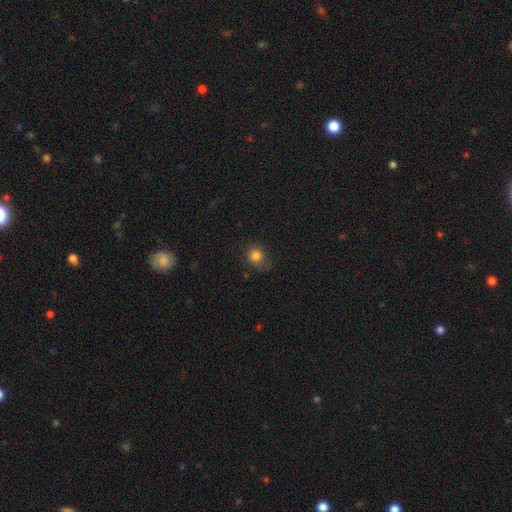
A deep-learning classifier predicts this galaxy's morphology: The model was most divided on "merging": none: 70%, minor disturbance: 20%, major disturbance: 8%, merger: 1%. More confident: how rounded — round (84%); smooth or featured — smooth (83%).